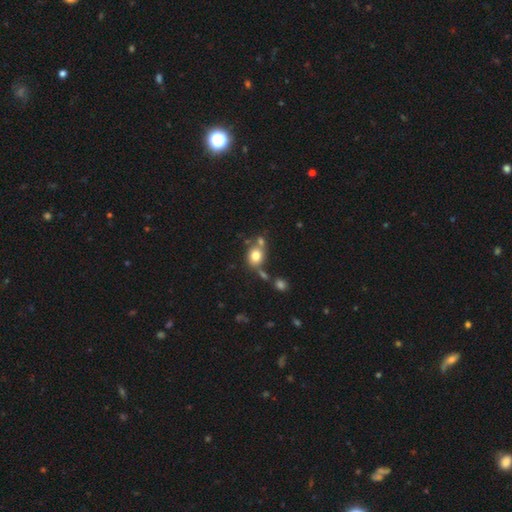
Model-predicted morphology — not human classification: Smooth or featured: smooth — 78% (featured or disk — 11%)
How rounded: round — 60% (in between — 39%)
Merging: none — 54% (merger — 26%)